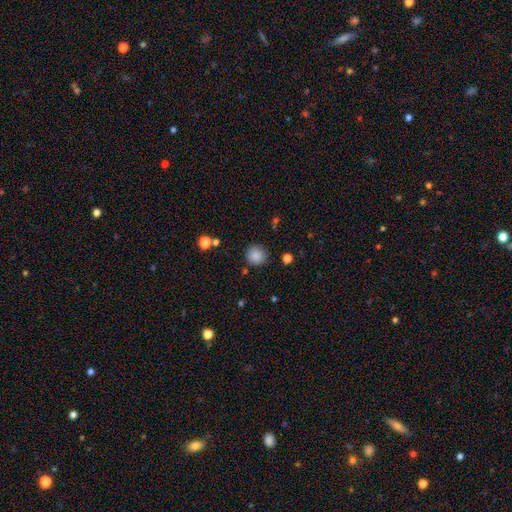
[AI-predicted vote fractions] Morphology: type=smooth (87%); roundness=round (93%); merging=none (88%).